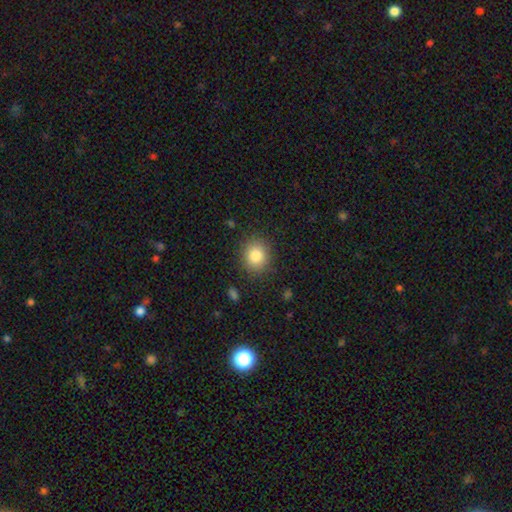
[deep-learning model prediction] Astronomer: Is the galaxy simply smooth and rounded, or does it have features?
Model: smooth — 83%.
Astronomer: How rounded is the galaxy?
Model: round — 76%.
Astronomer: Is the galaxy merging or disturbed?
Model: none — 87%.